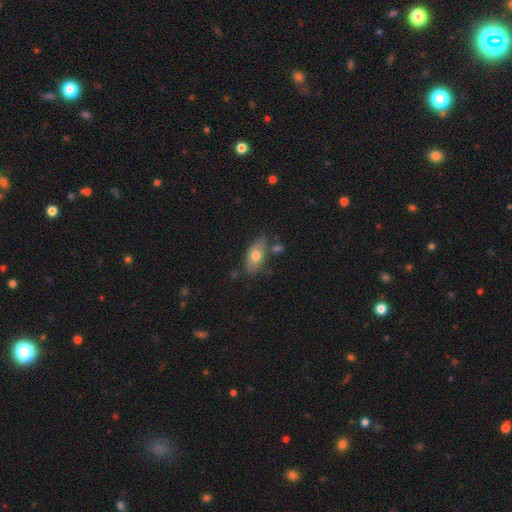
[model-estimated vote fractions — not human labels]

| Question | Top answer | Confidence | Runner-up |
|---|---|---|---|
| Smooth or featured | smooth | 69% | featured or disk (24%) |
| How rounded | in between | 87% | cigar-shaped (7%) |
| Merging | none | 64% | minor disturbance (21%) |